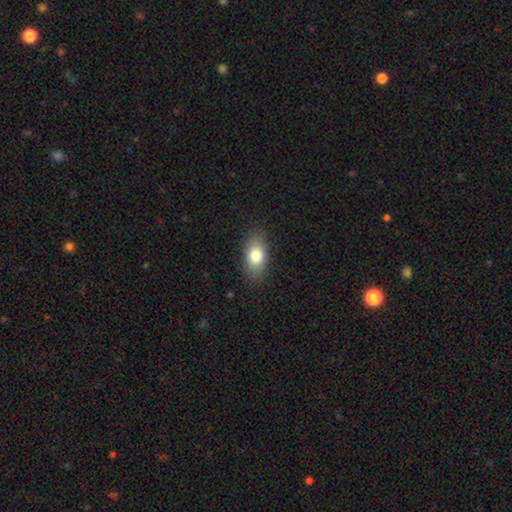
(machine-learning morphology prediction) Overall: smooth (79%). How rounded: in between (89%). Merging: none (85%).